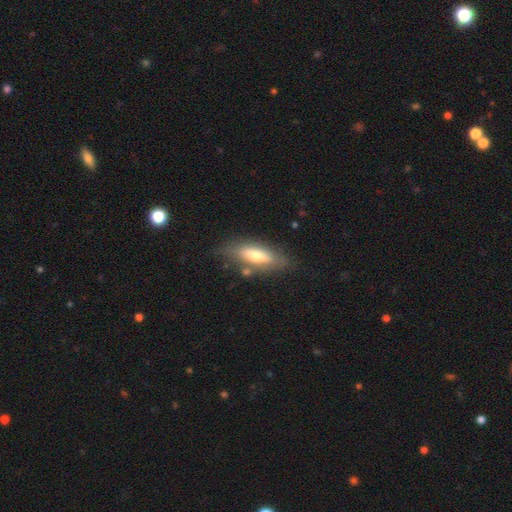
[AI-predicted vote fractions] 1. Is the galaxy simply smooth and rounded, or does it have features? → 58% smooth, 35% featured or disk, 7% star or artifact.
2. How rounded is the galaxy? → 57% in between, 41% cigar-shaped, 2% round.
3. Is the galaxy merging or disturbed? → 73% none, 16% minor disturbance, 6% merger, 5% major disturbance.